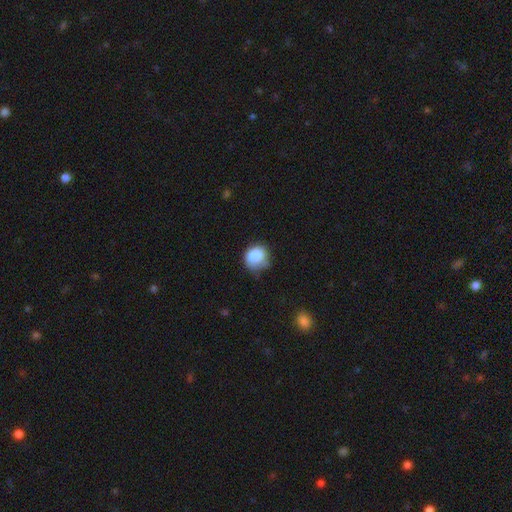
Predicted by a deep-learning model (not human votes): Q: Smooth or featured?
A: smooth (83%); runner-up: star or artifact (9%)
Q: How rounded?
A: round (78%); runner-up: in between (21%)
Q: Merging?
A: none (47%); runner-up: minor disturbance (38%)